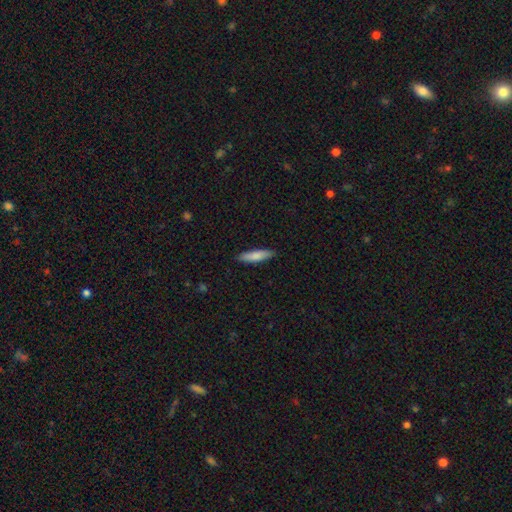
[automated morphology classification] The model was most divided on "how rounded": cigar-shaped: 77%, in between: 21%, round: 1%. More confident: merging — none (89%); smooth or featured — smooth (81%).